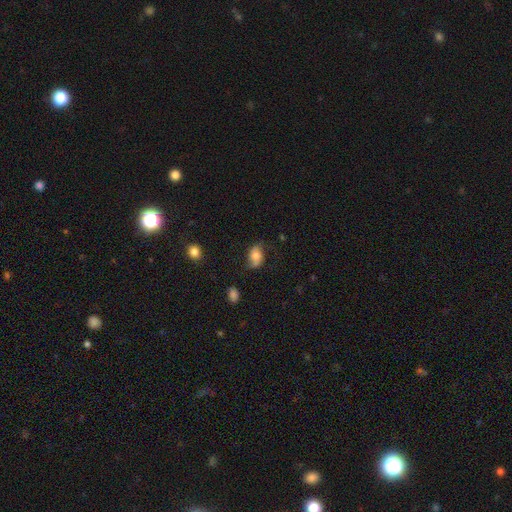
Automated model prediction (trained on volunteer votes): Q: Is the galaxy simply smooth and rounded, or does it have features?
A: smooth — 50%.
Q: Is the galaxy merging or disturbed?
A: none — 57%.